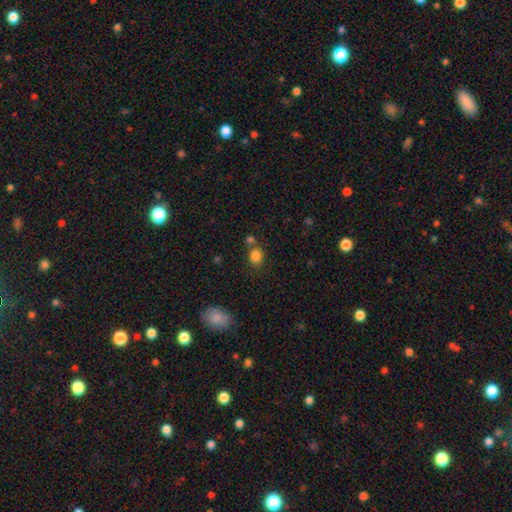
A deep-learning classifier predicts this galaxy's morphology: Overall: smooth (84%). How rounded: round (64%; in between 35%). Merging: none (64%).